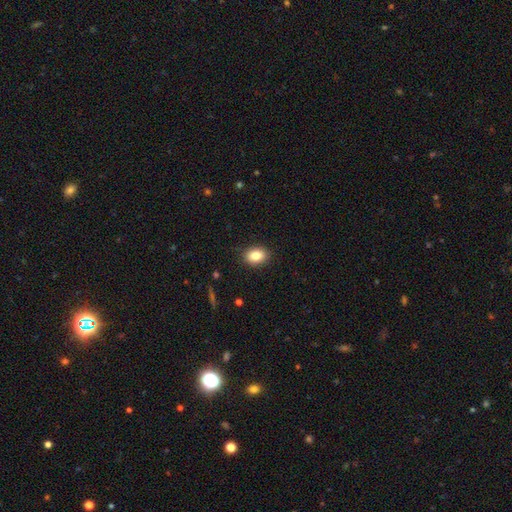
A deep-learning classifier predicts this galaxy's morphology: A smooth galaxy with no disk features (84%) that is in between round and cigar-shaped (75%). Merging: none (88%).